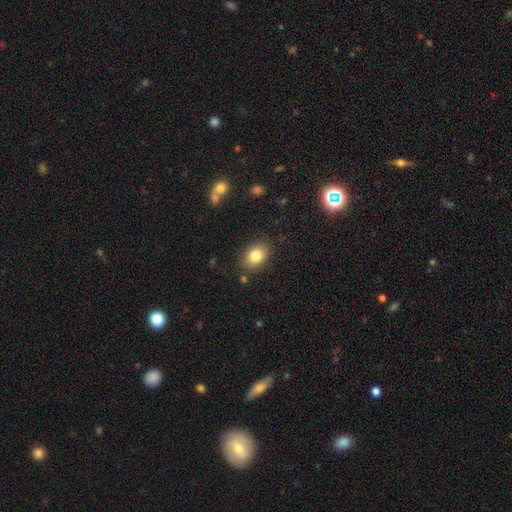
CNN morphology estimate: A smooth galaxy with no disk features (82%) that is in between round and cigar-shaped (65%). Merging: none (84%).